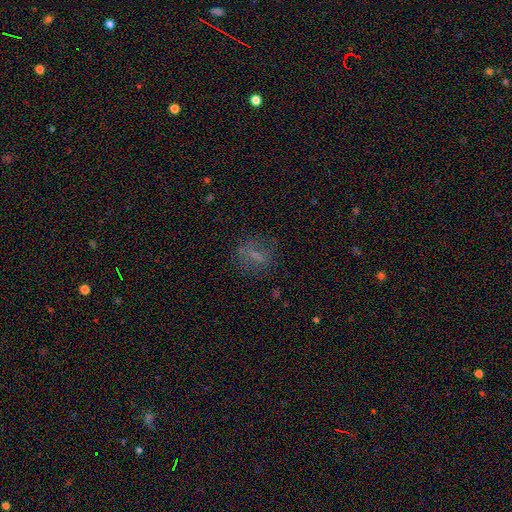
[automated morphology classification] smooth_or_featured: smooth (p=0.52) [alt: featured or disk p=0.28]
how_rounded: round (p=0.43) [alt: in between p=0.42]
merging: none (p=0.74) [alt: minor disturbance p=0.14]